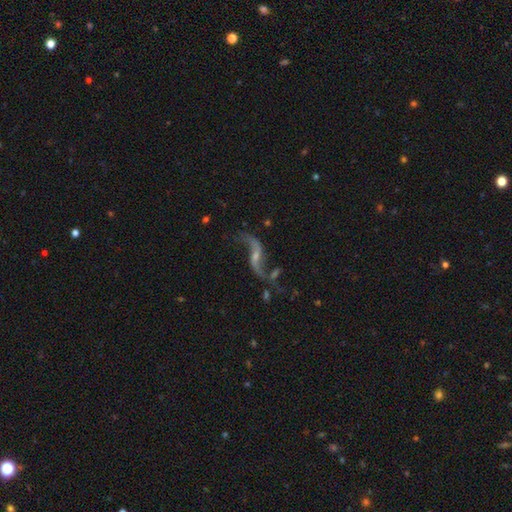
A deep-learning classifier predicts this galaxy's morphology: smooth-or-featured: featured or disk: 87% | star or artifact: 8% | smooth: 5%
  disk-edge-on: no: 92% | yes: 8%
    bar: no: 40% | weak: 39% | strong: 21%
    has-spiral-arms: yes: 95% | no: 5%
      spiral-winding: loose: 92% | medium: 6% | tight: 2%
      spiral-arm-count: 2: 93% | 1: 3% | can't tell: 1% | 3: 1% | 4: 1% | more than 4: 1%
    bulge-size: small: 60% | moderate: 25% | none: 12% | large: 2% | dominant: 1%
  merging: none: 69% | minor disturbance: 14% | major disturbance: 11% | merger: 5%